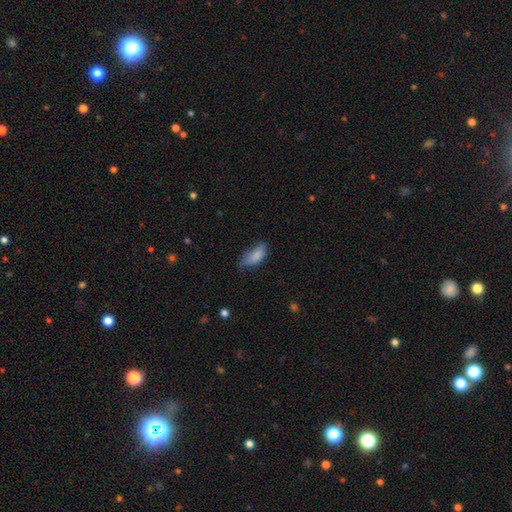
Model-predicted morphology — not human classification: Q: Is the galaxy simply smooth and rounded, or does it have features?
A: smooth — 80%.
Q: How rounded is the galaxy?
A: in between — 86%.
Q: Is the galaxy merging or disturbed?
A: minor disturbance — 43%.